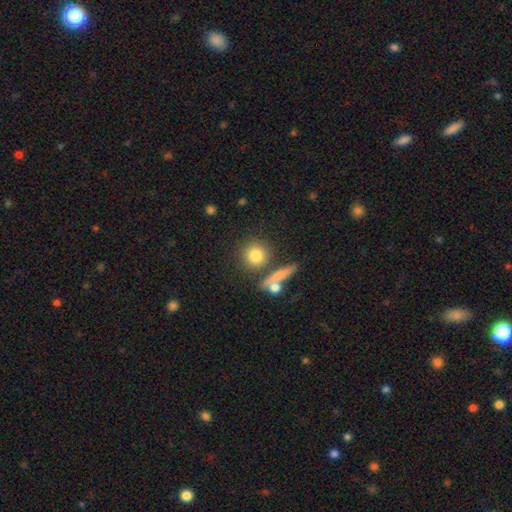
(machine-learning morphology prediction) smooth_or_featured: smooth (p=0.79) [alt: featured or disk p=0.11]
how_rounded: round (p=0.88) [alt: in between p=0.09]
merging: none (p=0.71) [alt: merger p=0.15]